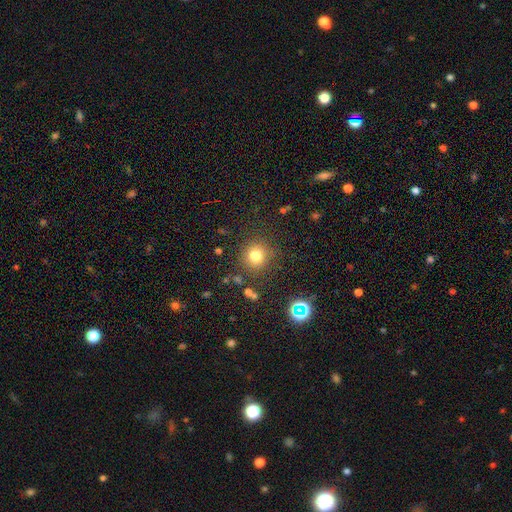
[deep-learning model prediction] Smooth or featured?
  - smooth: 77% *
  - star or artifact: 16%
  - featured or disk: 7%
How rounded?
  - round: 92% *
  - in between: 7%
  - cigar-shaped: 1%
Merging?
  - none: 85% *
  - minor disturbance: 8%
  - major disturbance: 4%
  - merger: 3%